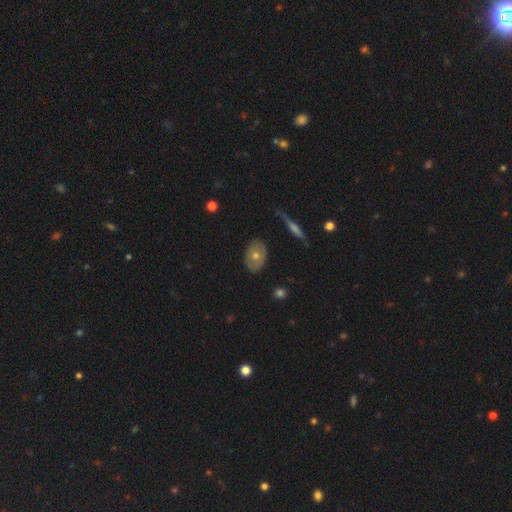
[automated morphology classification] smooth 56%, featured or disk 35%, star or artifact 9%. Down the decision tree: how rounded — in between (82%); merging — none (81%).